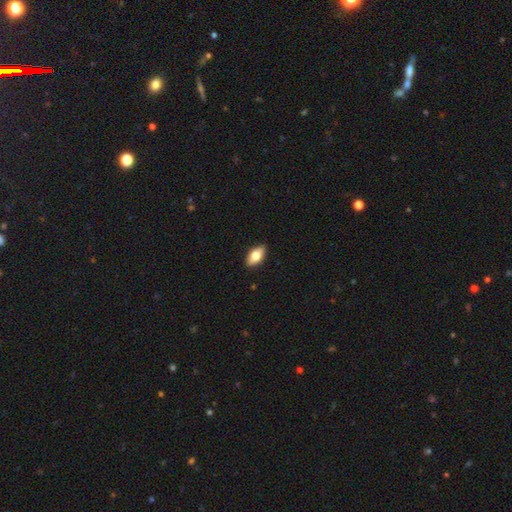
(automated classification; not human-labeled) A smooth galaxy with no disk features (69%) that is in between round and cigar-shaped (89%). Merging: none (89%).